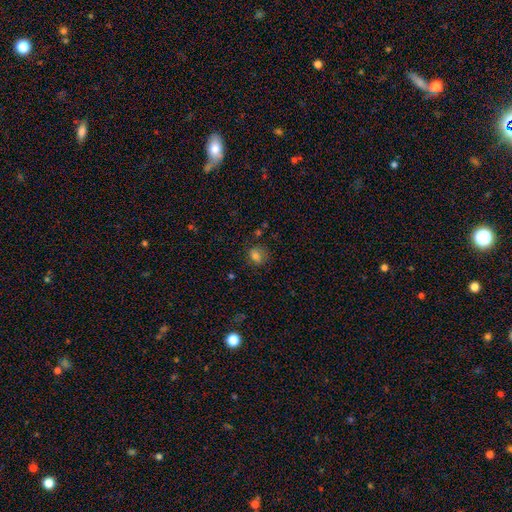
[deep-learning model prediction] Overall: smooth (77%). How rounded: round (59%; in between 39%). Merging: none (65%).